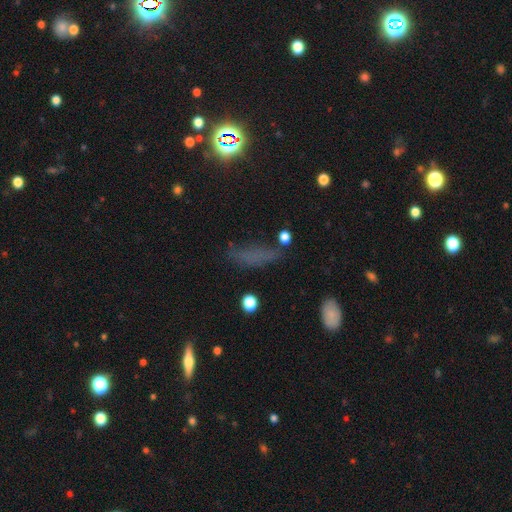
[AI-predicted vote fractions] Overall: smooth (54%; star or artifact 28%). How rounded: cigar-shaped (54%; in between 39%). Merging: none (58%; minor disturbance 24%).